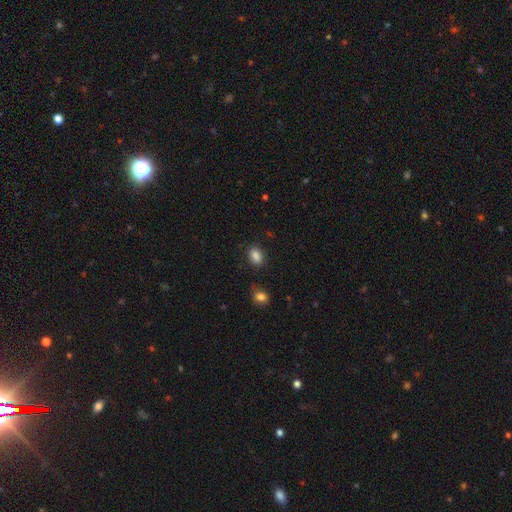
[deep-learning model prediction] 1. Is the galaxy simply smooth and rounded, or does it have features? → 87% smooth, 9% star or artifact, 4% featured or disk.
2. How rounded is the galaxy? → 77% in between, 22% round, 1% cigar-shaped.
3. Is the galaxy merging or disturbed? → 83% none, 11% minor disturbance, 3% major disturbance, 3% merger.